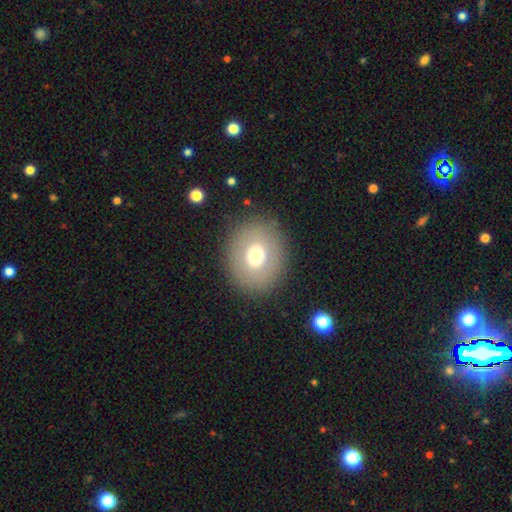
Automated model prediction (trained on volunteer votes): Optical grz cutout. It shows a smooth galaxy with no disk features (67%) that is round (63%). Merging: none (86%).